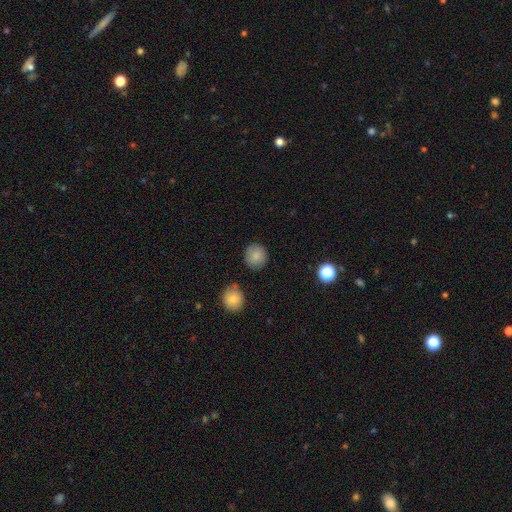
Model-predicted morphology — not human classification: Overall: smooth (86%). How rounded: round (89%). Merging: none (83%).